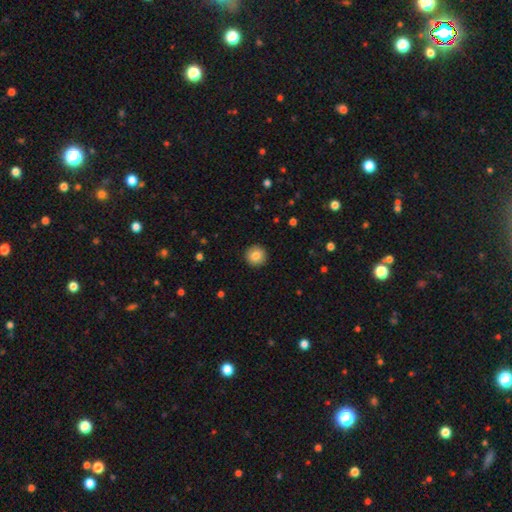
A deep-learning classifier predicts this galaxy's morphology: A smooth galaxy with no disk features (84%) that is round (95%).

Vote fractions:
- Smooth or featured? smooth: 84% / star or artifact: 8% / featured or disk: 7%
- How rounded? round: 95% / in between: 4% / cigar-shaped: 1%
- Merging? none: 93% / minor disturbance: 5% / major disturbance: 2% / merger: 1%